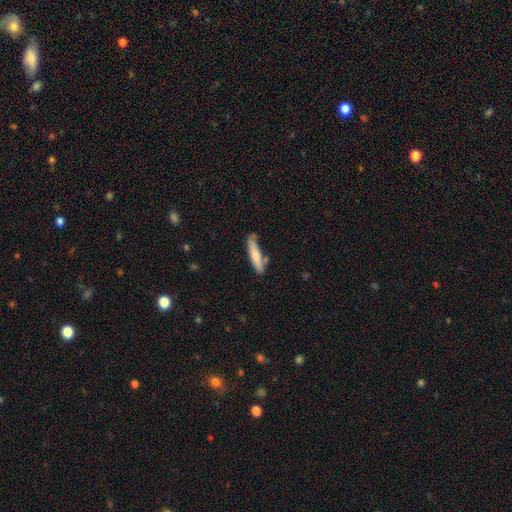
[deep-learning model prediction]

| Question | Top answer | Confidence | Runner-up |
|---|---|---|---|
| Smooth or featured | smooth | 73% | featured or disk (22%) |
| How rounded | cigar-shaped | 82% | in between (17%) |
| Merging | none | 71% | minor disturbance (18%) |